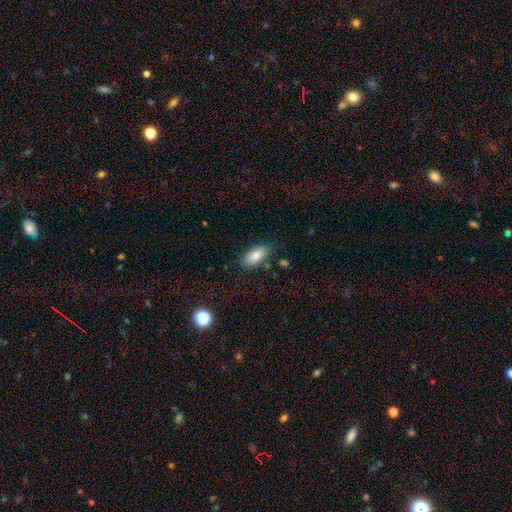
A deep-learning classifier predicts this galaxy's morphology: A smooth galaxy with no disk features (84%) that is in between round and cigar-shaped (91%). Merging: none (76%).